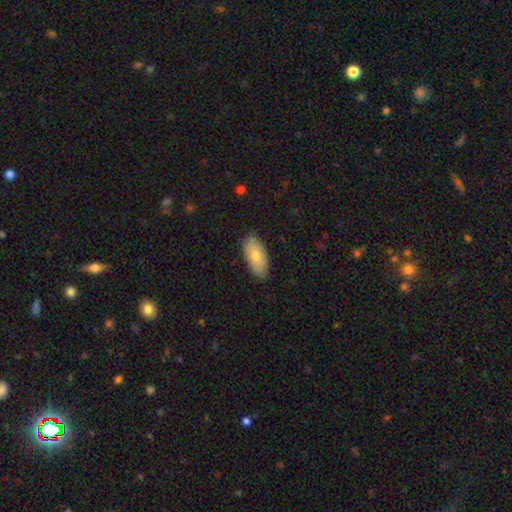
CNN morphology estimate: Smooth or featured: smooth — 76% (featured or disk — 18%)
How rounded: in between — 90% (cigar-shaped — 7%)
Merging: none — 88% (minor disturbance — 9%)